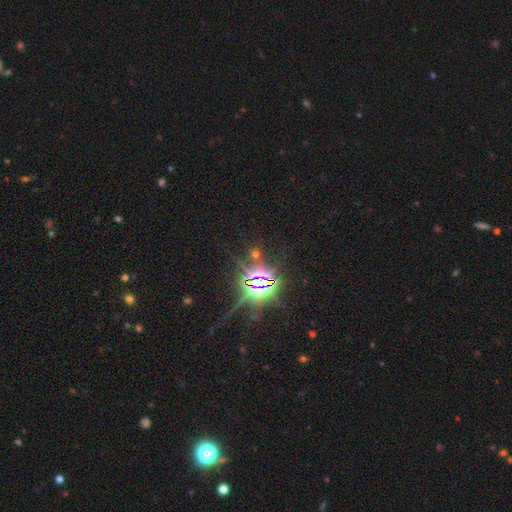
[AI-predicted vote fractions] Smooth or featured: star or artifact — 84% (featured or disk — 9%)